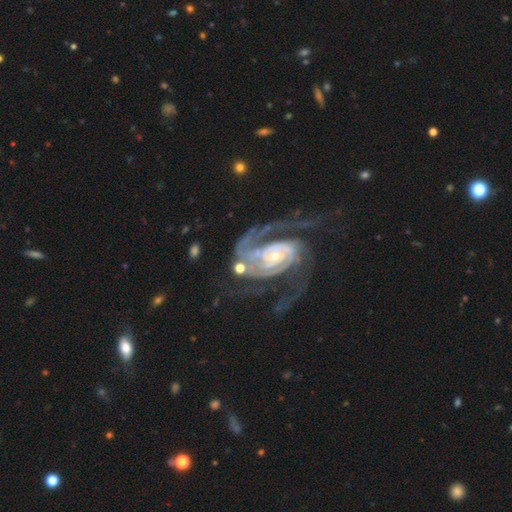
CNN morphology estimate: smooth_or_featured: featured or disk (p=0.91) [alt: star or artifact p=0.05]
disk_edge_on: no (p=0.98) [alt: yes p=0.02]
bar: weak (p=0.39) [alt: no p=0.34]
has_spiral_arms: yes (p=0.97) [alt: no p=0.03]
spiral_winding: medium (p=0.53) [alt: tight p=0.30]
spiral_arm_count: 2 (p=0.74) [alt: 3 p=0.09]
bulge_size: small (p=0.55) [alt: moderate p=0.36]
merging: none (p=0.63) [alt: major disturbance p=0.18]